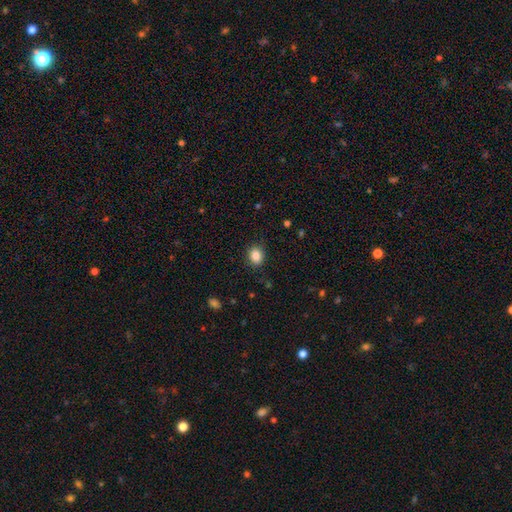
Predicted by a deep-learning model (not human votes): Smooth or featured? smooth (85%)
How rounded? round (58%)
Merging? none (86%)